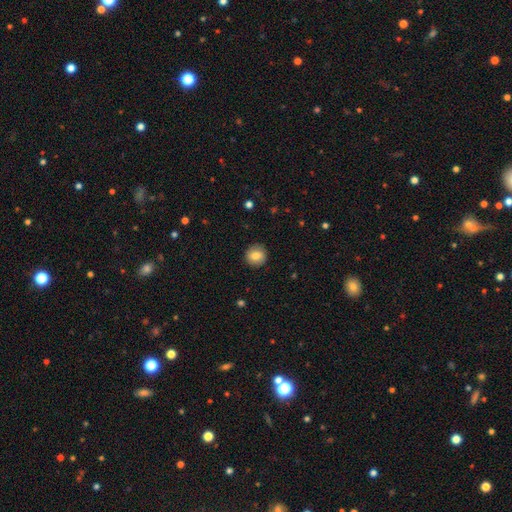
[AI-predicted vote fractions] Q: Smooth or featured?
A: smooth (79%); runner-up: featured or disk (13%)
Q: How rounded?
A: round (90%); runner-up: in between (9%)
Q: Merging?
A: none (89%); runner-up: minor disturbance (8%)